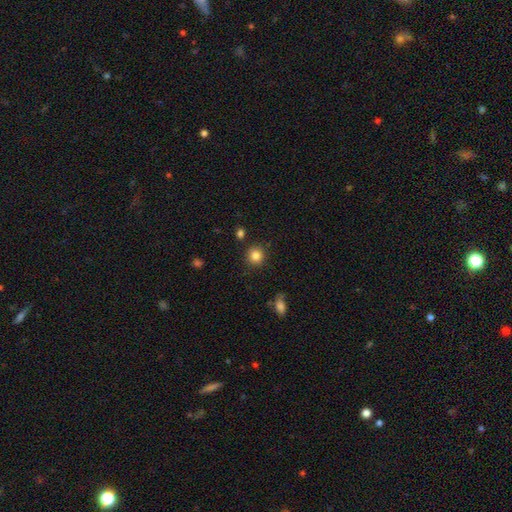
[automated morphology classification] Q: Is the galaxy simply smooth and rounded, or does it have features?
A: smooth — 84%.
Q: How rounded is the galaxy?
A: round — 90%.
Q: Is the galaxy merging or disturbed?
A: none — 88%.